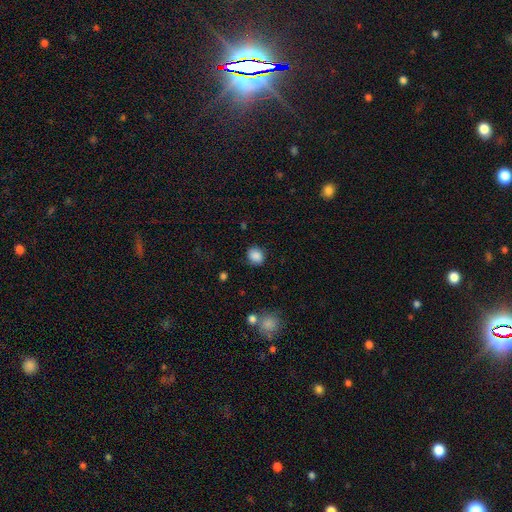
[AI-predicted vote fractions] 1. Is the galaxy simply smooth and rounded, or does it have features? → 87% smooth, 9% star or artifact, 4% featured or disk.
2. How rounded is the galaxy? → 71% round, 28% in between, 1% cigar-shaped.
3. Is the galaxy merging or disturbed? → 85% none, 11% minor disturbance, 3% major disturbance, 2% merger.